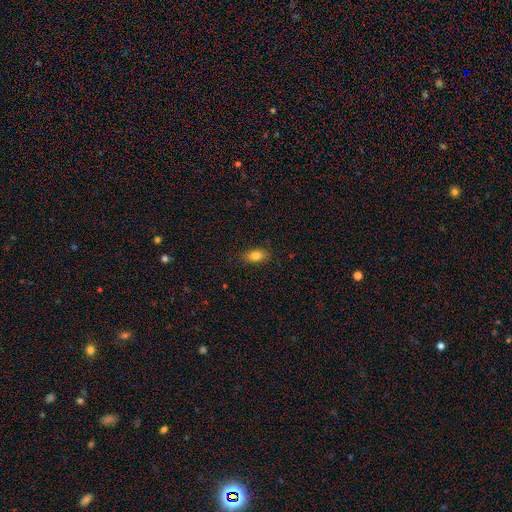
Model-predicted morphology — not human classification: Q: Smooth or featured?
A: smooth (82%); runner-up: featured or disk (10%)
Q: How rounded?
A: in between (85%); runner-up: round (8%)
Q: Merging?
A: none (84%); runner-up: minor disturbance (12%)